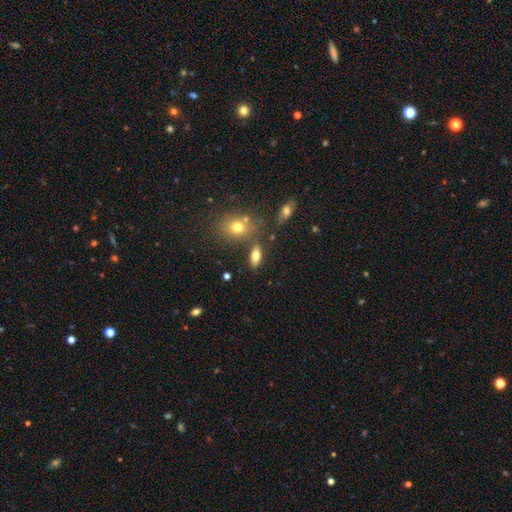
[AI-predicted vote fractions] smooth 70%, featured or disk 20%, star or artifact 10%. Down the decision tree: how rounded — in between (79%); merging — none (75%).